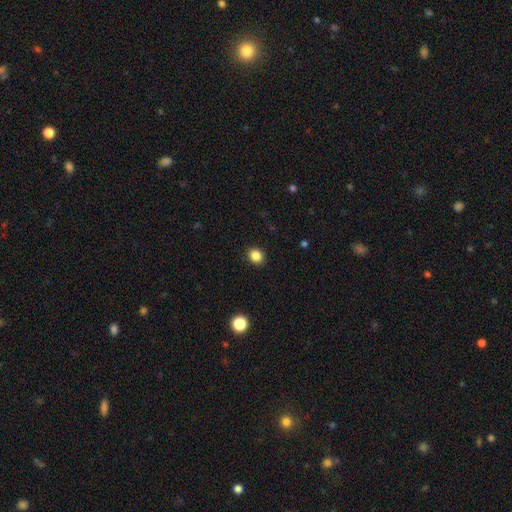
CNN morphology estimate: This is clearly a smooth galaxy (86%). How rounded: likely round (71%). Merging: clearly none (91%).